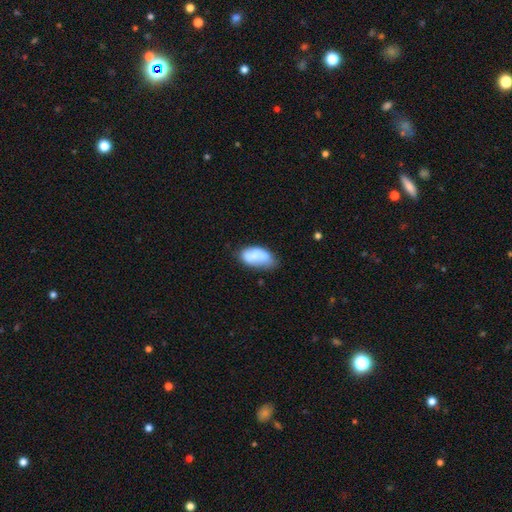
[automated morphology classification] This is likely a smooth galaxy (71%). How rounded: clearly in between (93%). Merging: possibly none (46%).